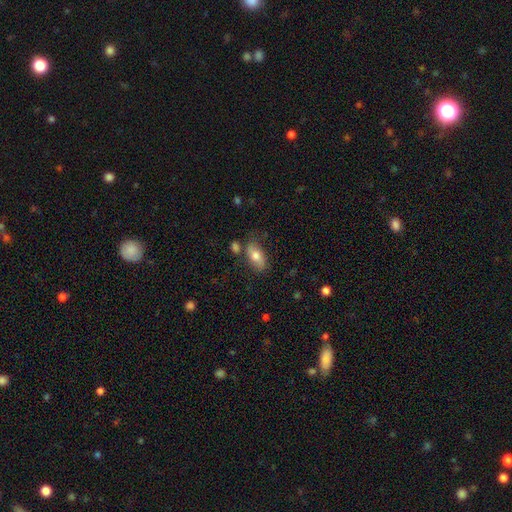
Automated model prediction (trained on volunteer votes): A smooth galaxy with no disk features (72%) that is in between round and cigar-shaped (88%).

Vote fractions:
- Smooth or featured? smooth: 72% / featured or disk: 21% / star or artifact: 7%
- How rounded? in between: 88% / cigar-shaped: 7% / round: 4%
- Merging? none: 69% / minor disturbance: 18% / merger: 8% / major disturbance: 5%